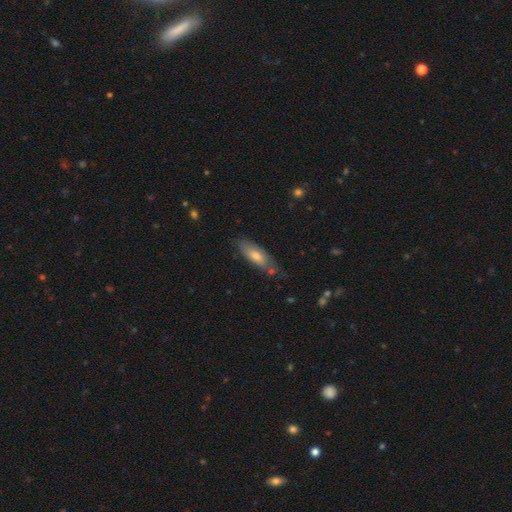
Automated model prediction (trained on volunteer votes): Overall: smooth (63%; featured or disk 30%). How rounded: in between (57%; cigar-shaped 41%). Merging: none (69%).